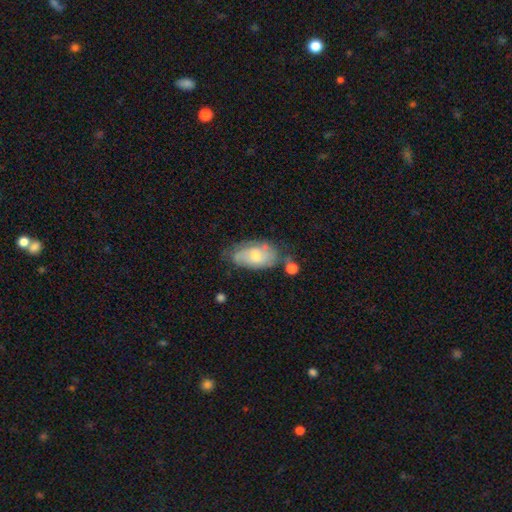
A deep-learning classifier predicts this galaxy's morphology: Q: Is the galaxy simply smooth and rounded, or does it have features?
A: smooth — 56%.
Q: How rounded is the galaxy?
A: in between — 93%.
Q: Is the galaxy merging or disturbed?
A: none — 48%.